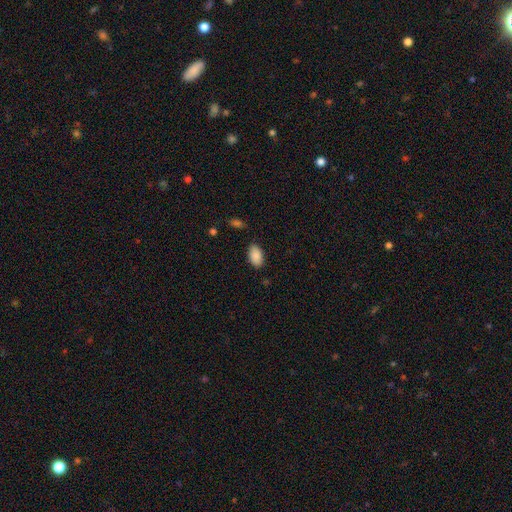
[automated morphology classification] This is clearly a smooth galaxy (89%). How rounded: clearly in between (93%). Merging: clearly none (82%).